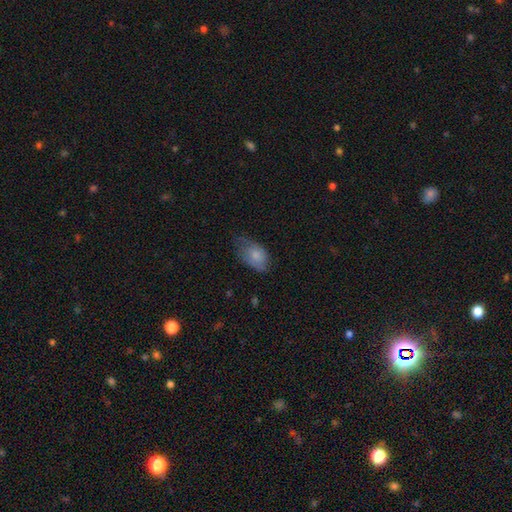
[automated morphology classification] Smooth or featured?
  - smooth: 71% *
  - featured or disk: 22%
  - star or artifact: 7%
How rounded?
  - in between: 91% *
  - round: 8%
  - cigar-shaped: 2%
Merging?
  - none: 43% *
  - minor disturbance: 39%
  - major disturbance: 16%
  - merger: 2%